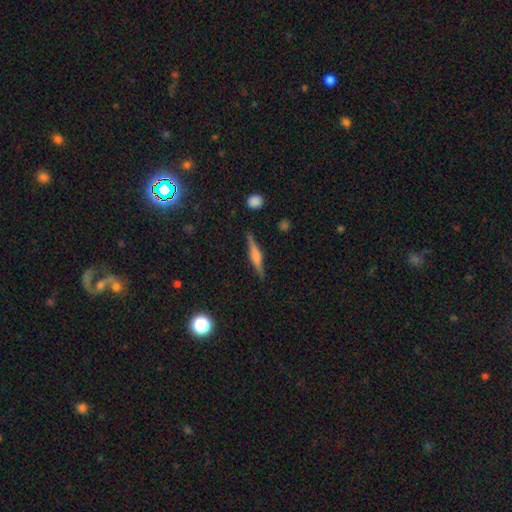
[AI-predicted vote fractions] smooth_or_featured: featured or disk (p=0.69) [alt: smooth p=0.24]
disk_edge_on: yes (p=0.97) [alt: no p=0.03]
edge_on_bulge: rounded (p=0.67) [alt: boxy p=0.27]
merging: none (p=0.87) [alt: minor disturbance p=0.09]